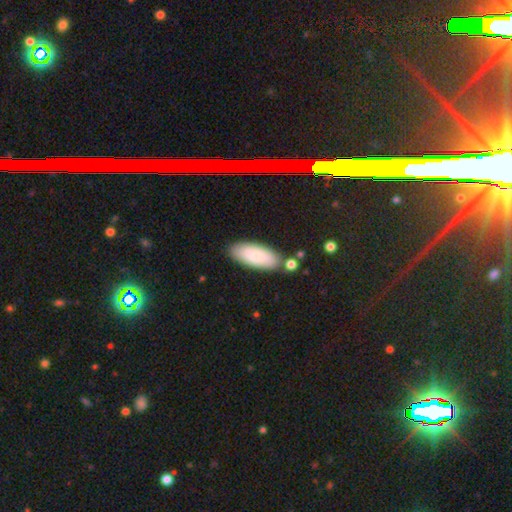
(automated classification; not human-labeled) Smooth or featured? Predicted: smooth (p=0.86). How rounded? Predicted: in between (p=0.82). Merging? Predicted: none (p=0.81).